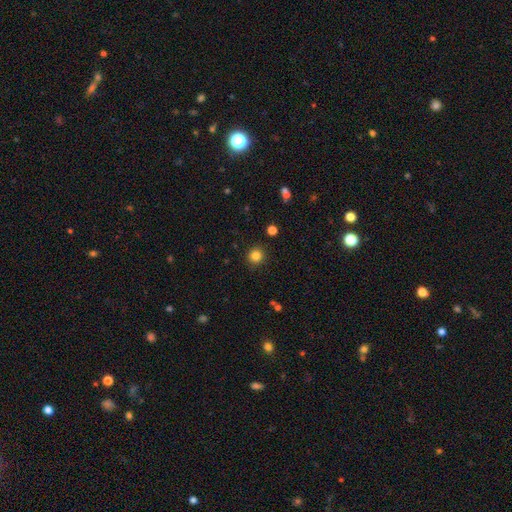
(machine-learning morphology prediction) The model was most divided on "smooth or featured": smooth: 84%, star or artifact: 12%, featured or disk: 4%. More confident: how rounded — round (93%); merging — none (91%).